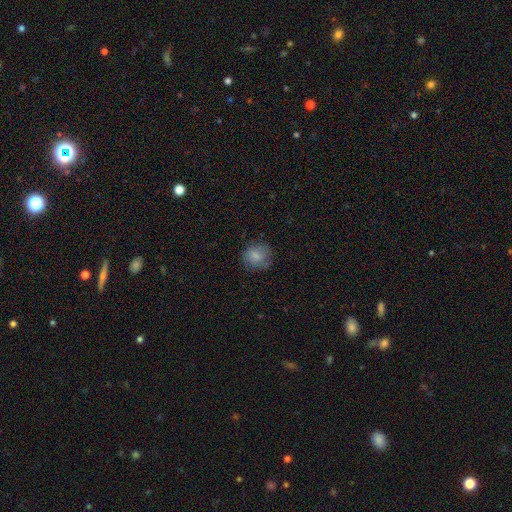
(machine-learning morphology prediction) type=smooth (81%); roundness=round (83%); merging=none (77%).